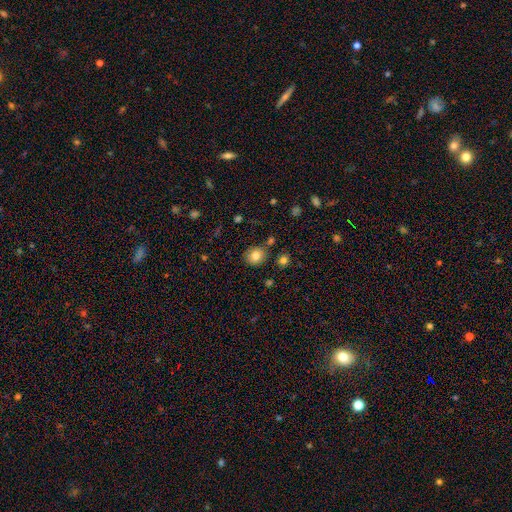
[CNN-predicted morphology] This is clearly a smooth galaxy (81%). How rounded: likely round (72%). Merging: clearly none (80%).